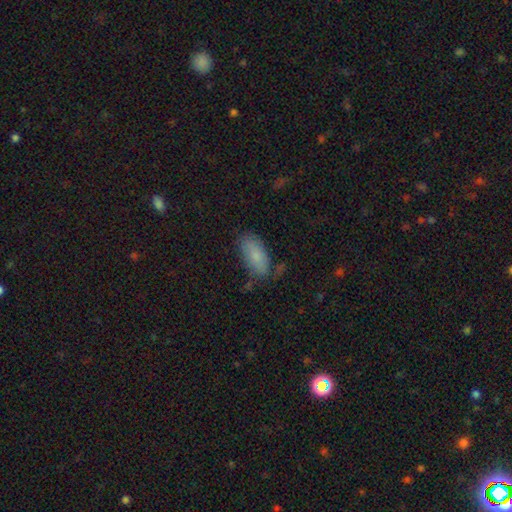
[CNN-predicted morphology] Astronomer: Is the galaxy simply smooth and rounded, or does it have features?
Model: smooth — 82%.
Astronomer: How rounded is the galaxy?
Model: in between — 88%.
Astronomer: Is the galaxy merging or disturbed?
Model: none — 70%.